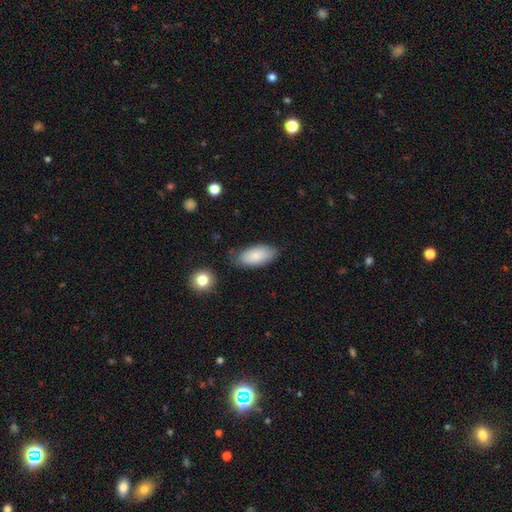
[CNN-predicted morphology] type=smooth (82%); roundness=in between (93%); merging=none (71%).